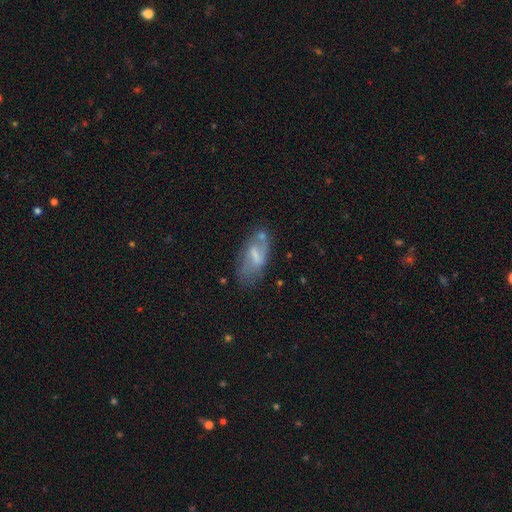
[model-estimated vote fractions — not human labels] Morphology: type=featured or disk (50%); merging=none (51%).